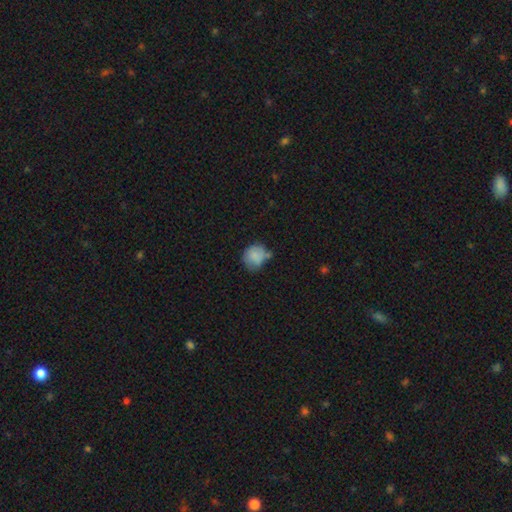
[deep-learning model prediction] Q: Smooth or featured?
A: smooth (81%); runner-up: featured or disk (10%)
Q: How rounded?
A: round (76%); runner-up: in between (23%)
Q: Merging?
A: none (49%); runner-up: minor disturbance (29%)